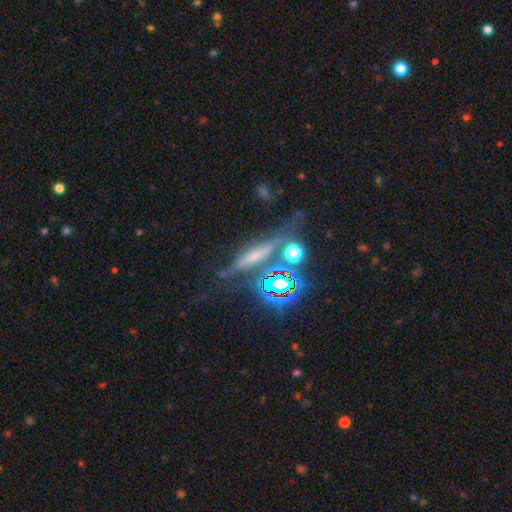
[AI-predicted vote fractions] A featured or disk galaxy (38%).

Vote fractions:
- Smooth or featured? featured or disk: 38% / star or artifact: 33% / smooth: 30%
- Merging? none: 58% / minor disturbance: 19% / major disturbance: 12% / merger: 11%